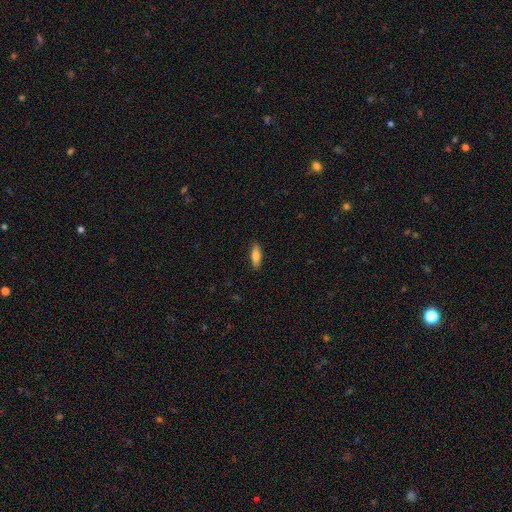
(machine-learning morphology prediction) The model was most divided on "how rounded": in between: 50%, cigar-shaped: 48%, round: 2%. More confident: merging — none (88%); smooth or featured — smooth (76%).